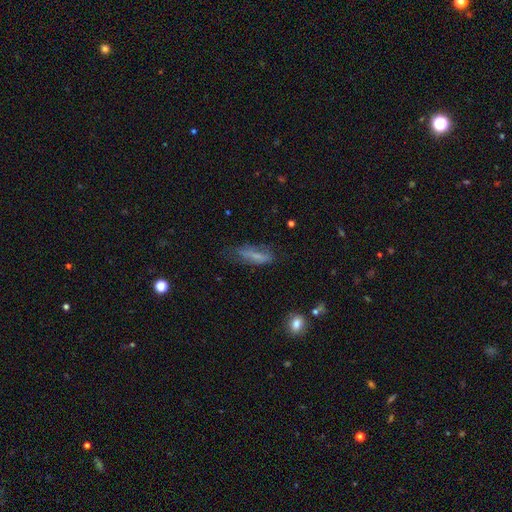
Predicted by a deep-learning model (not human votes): This appears to be a smooth galaxy with no disk features (61%) that is cigar-shaped (49%). Merging: none (56%).